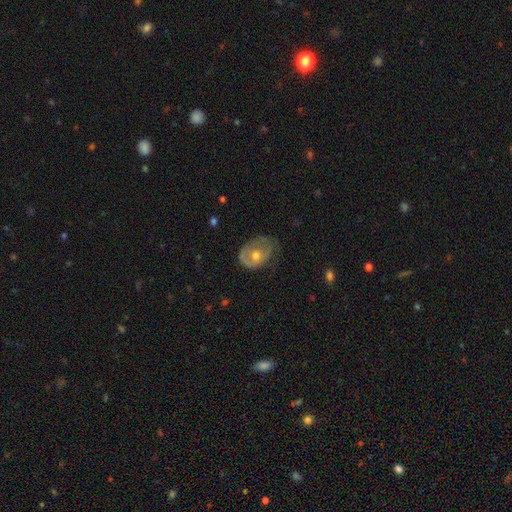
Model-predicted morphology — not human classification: This appears to be a featured or disk galaxy (55%) with no bar (80%), no spiral arms (60%) and a moderate central bulge (69%). Merging: none (50%).